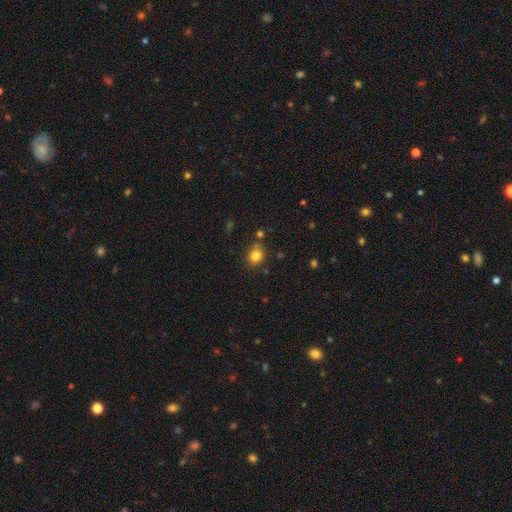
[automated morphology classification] type=smooth (81%); roundness=round (71%); merging=none (72%).